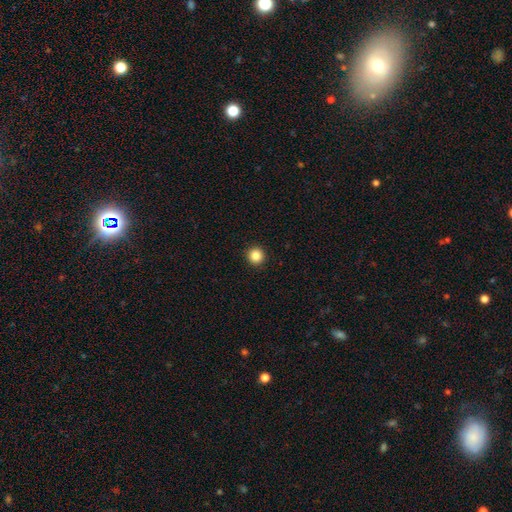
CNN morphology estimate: Overall: smooth (86%). How rounded: round (96%). Merging: none (94%).